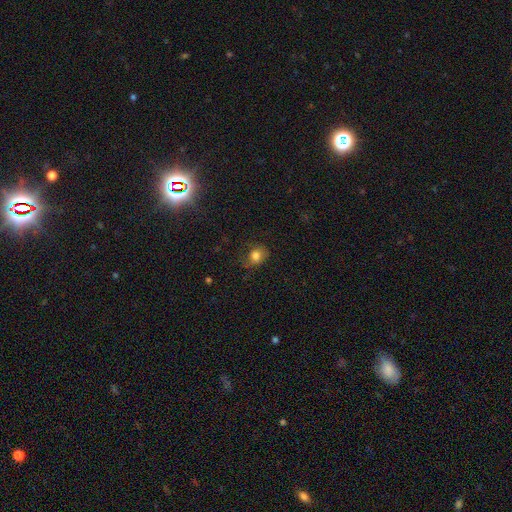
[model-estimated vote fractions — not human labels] Smooth or featured: smooth — 79% (star or artifact — 11%)
How rounded: round — 56% (in between — 43%)
Merging: none — 62% (minor disturbance — 25%)